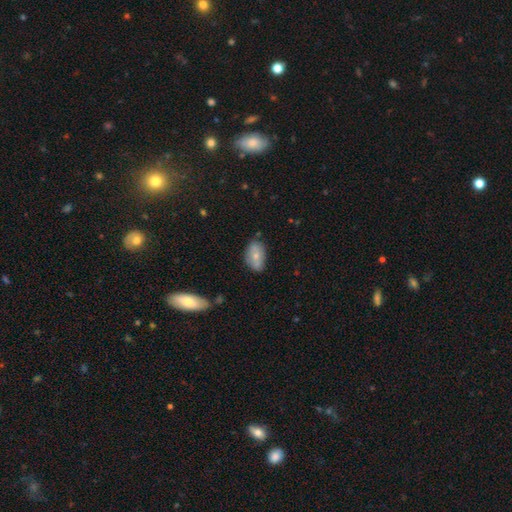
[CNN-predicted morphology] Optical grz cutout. It shows a smooth galaxy with no disk features (68%) that is in between round and cigar-shaped (91%). Merging: none (72%).